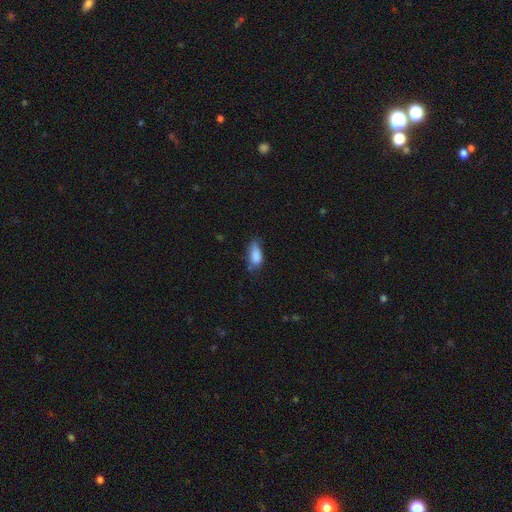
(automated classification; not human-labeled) Smooth or featured? smooth (83%)
How rounded? in between (85%)
Merging? none (49%)